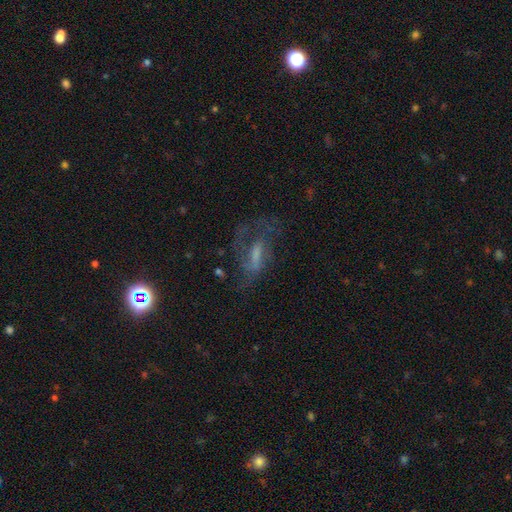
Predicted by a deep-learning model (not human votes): smooth-or-featured: featured or disk: 64% | smooth: 22% | star or artifact: 13%
  disk-edge-on: no: 90% | yes: 10%
    bar: weak: 43% | strong: 29% | no: 28%
    has-spiral-arms: yes: 76% | no: 24%
    bulge-size: none: 33% | moderate: 30% | small: 25% | large: 10% | dominant: 2%
  merging: none: 46% | major disturbance: 32% | minor disturbance: 19% | merger: 3%